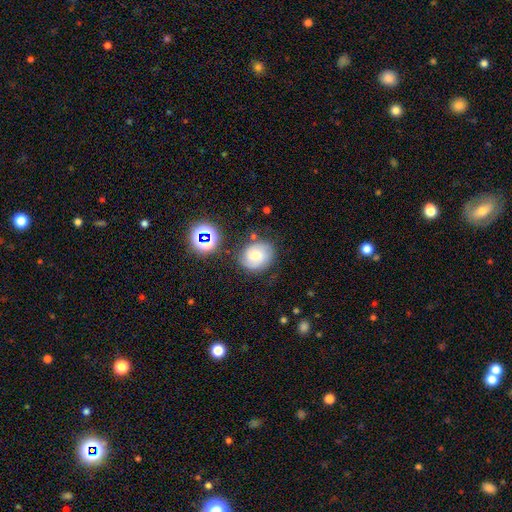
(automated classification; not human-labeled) Smooth or featured? smooth (57%)
How rounded? round (68%)
Merging? none (74%)